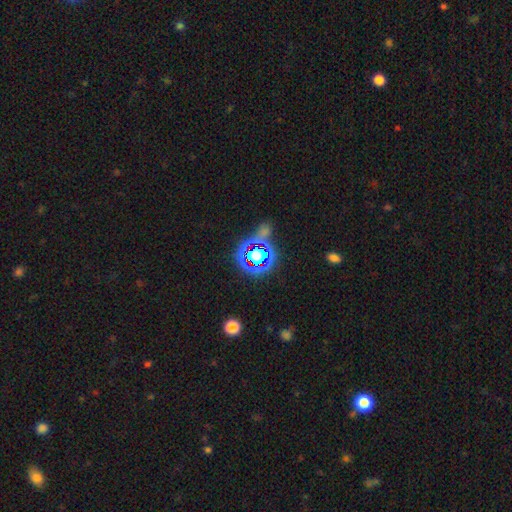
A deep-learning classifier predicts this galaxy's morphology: A star or artifact, not a galaxy (70%).